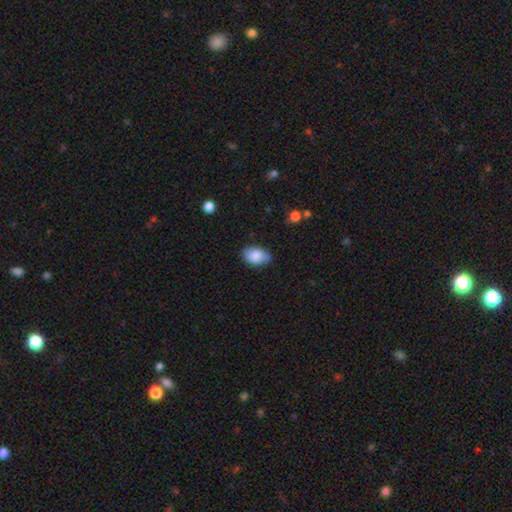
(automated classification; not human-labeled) Q: Smooth or featured?
A: smooth (85%); runner-up: featured or disk (8%)
Q: How rounded?
A: in between (88%); runner-up: round (11%)
Q: Merging?
A: none (78%); runner-up: minor disturbance (18%)